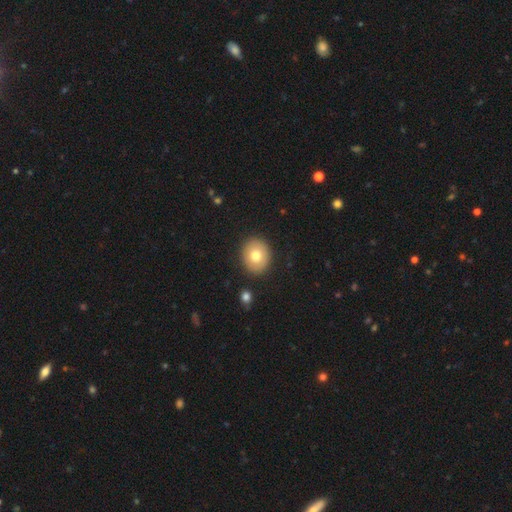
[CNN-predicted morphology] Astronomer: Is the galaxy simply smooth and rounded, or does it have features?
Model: smooth — 76%.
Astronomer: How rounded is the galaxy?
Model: round — 68%.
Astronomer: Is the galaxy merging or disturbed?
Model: none — 89%.